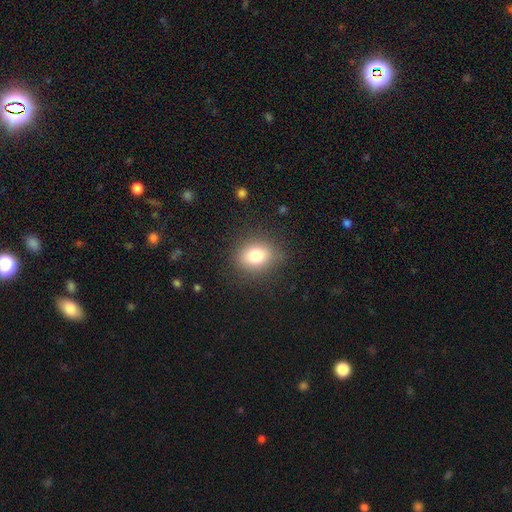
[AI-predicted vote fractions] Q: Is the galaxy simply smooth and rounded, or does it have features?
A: smooth — 79%.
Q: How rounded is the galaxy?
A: round — 56%.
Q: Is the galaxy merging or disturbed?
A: none — 84%.